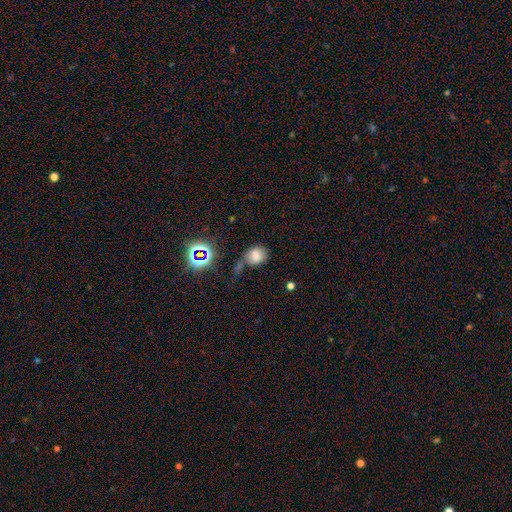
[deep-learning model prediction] Smooth or featured? Predicted: smooth (p=0.72). How rounded? Predicted: round (p=0.57). Merging? Predicted: none (p=0.47).